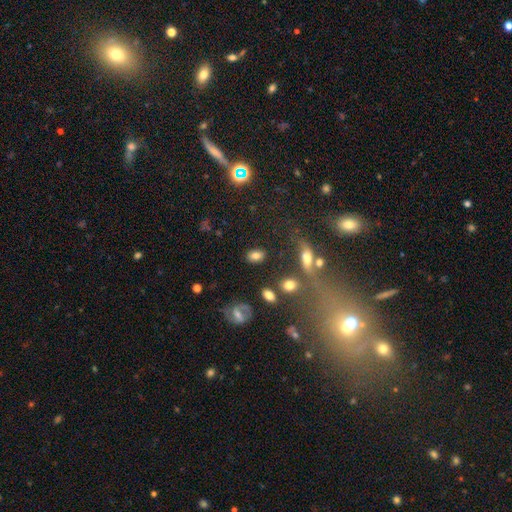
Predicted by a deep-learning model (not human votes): Smooth or featured?
  - smooth: 79% *
  - star or artifact: 11%
  - featured or disk: 10%
How rounded?
  - in between: 85% *
  - round: 12%
  - cigar-shaped: 3%
Merging?
  - none: 77% *
  - minor disturbance: 12%
  - merger: 6%
  - major disturbance: 5%